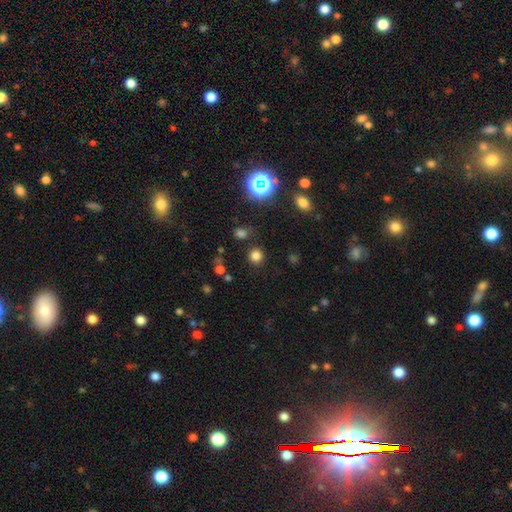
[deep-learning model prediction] smooth 75%, star or artifact 20%, featured or disk 5%. Down the decision tree: how rounded — round (90%); merging — none (86%).